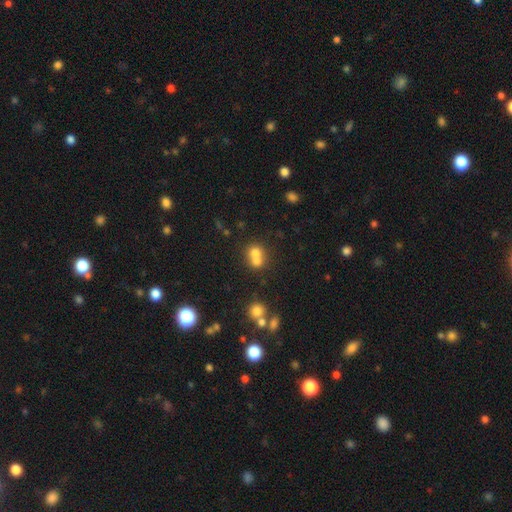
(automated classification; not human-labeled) A smooth galaxy with no disk features (68%) that is round (73%). Merging: merger (61%).